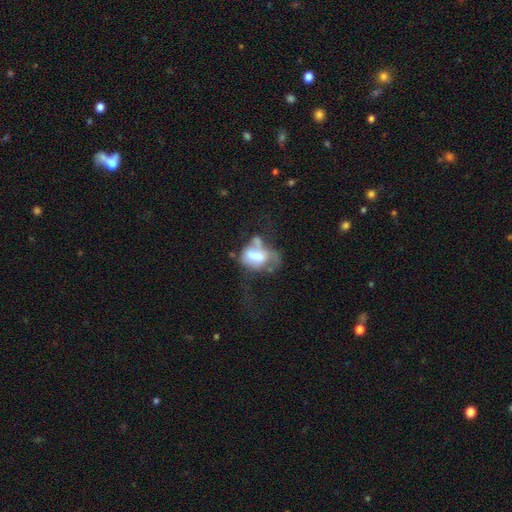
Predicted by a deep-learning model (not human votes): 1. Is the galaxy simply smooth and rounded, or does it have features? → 47% smooth, 42% featured or disk, 11% star or artifact.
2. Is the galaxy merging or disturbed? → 38% merger, 35% major disturbance, 13% none, 13% minor disturbance.